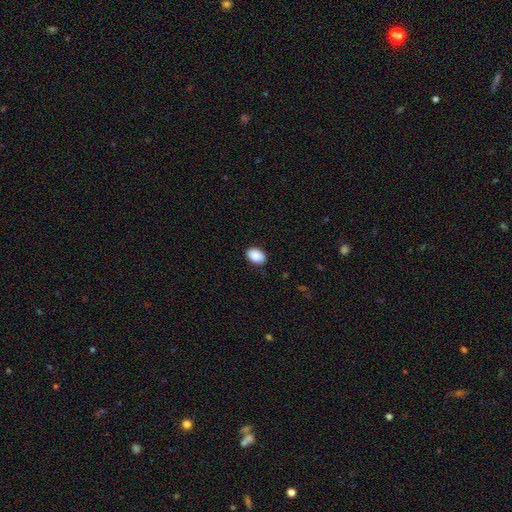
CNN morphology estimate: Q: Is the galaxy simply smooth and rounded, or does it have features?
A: smooth — 90%.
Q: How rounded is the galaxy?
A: in between — 83%.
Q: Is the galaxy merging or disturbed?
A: none — 87%.